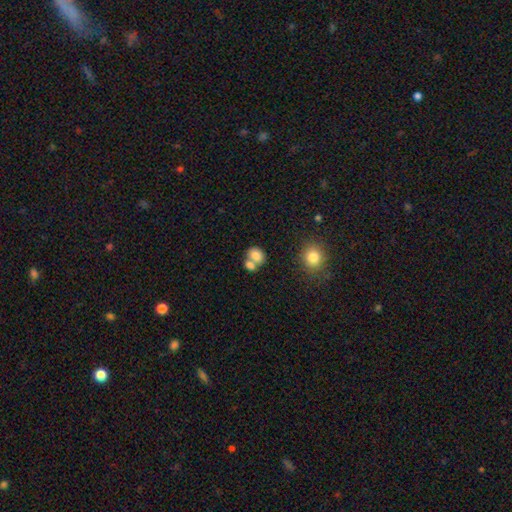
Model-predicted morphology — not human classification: Smooth or featured? Predicted: smooth (p=0.80). How rounded? Predicted: in between (p=0.53). Merging? Predicted: merger (p=0.48).